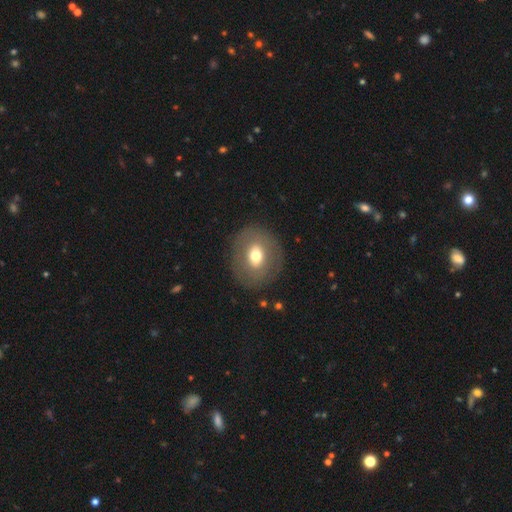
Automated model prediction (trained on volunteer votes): smooth 58%, featured or disk 33%, star or artifact 8%. Down the decision tree: how rounded — round (59%); merging — none (83%).